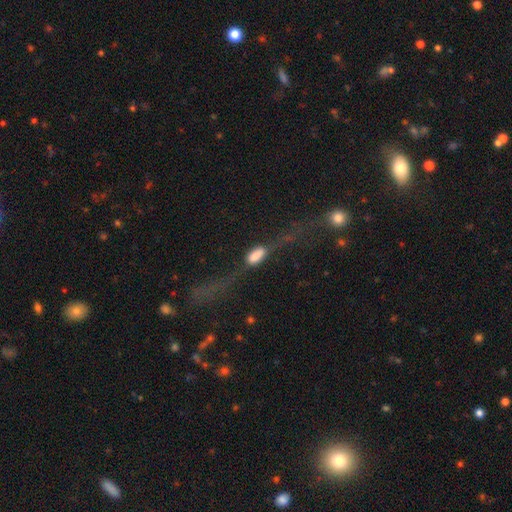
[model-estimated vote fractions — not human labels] smooth 55%, featured or disk 36%, star or artifact 10%. Down the decision tree: how rounded — in between (76%); merging — major disturbance (43%).